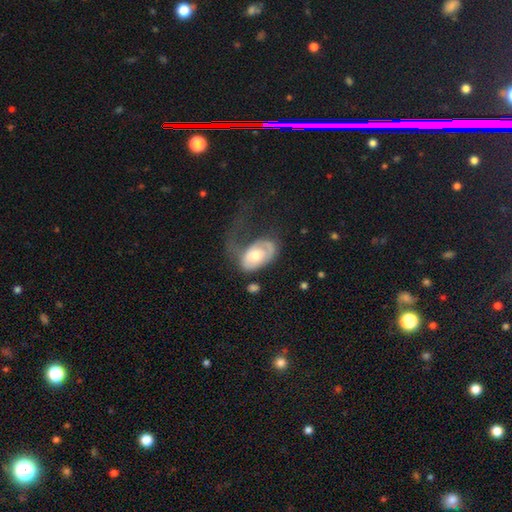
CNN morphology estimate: Smooth or featured: featured or disk — 49% (smooth — 46%)
Merging: major disturbance — 53% (none — 21%)